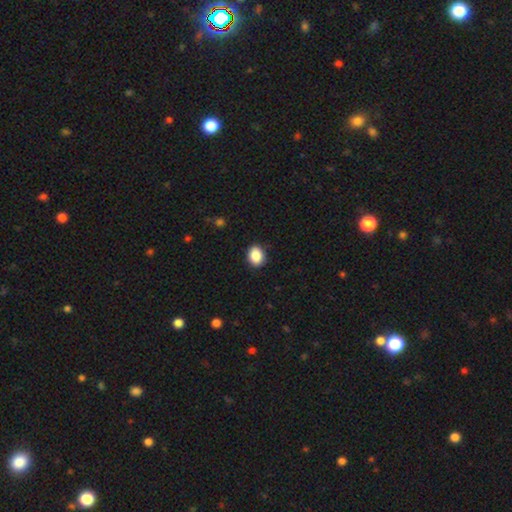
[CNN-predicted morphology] Smooth or featured? smooth (88%)
How rounded? in between (59%)
Merging? none (89%)